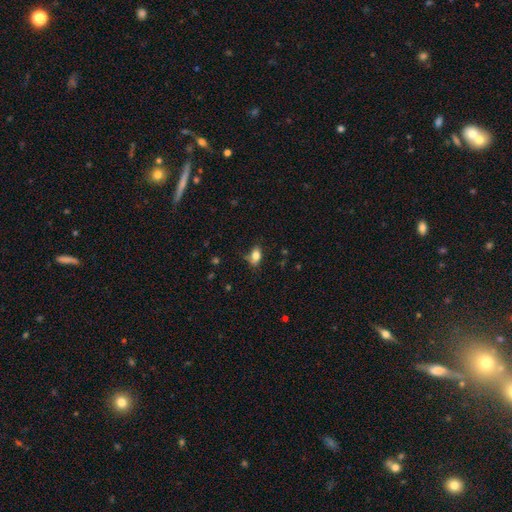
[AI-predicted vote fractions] Smooth or featured? Predicted: smooth (p=0.80). How rounded? Predicted: in between (p=0.85). Merging? Predicted: none (p=0.65).